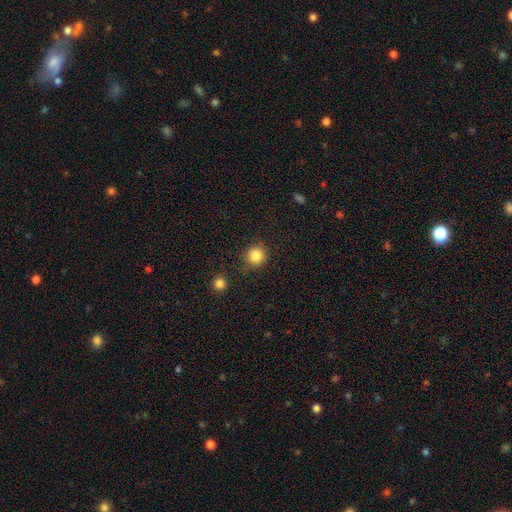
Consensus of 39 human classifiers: Smooth or featured? smooth (87%)
How rounded? round (97%)
Merging? none (92%)